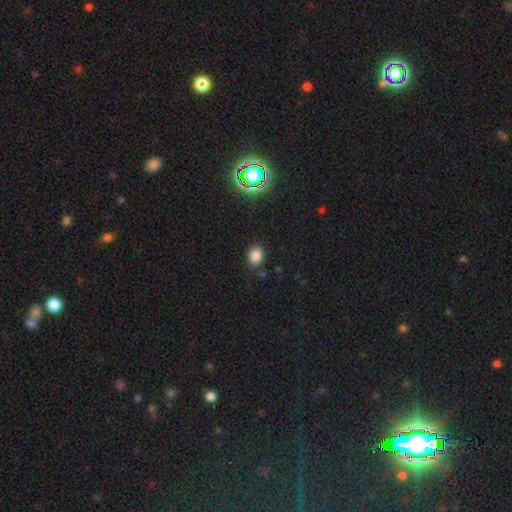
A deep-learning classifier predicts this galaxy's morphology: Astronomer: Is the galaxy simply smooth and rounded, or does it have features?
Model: smooth — 81%.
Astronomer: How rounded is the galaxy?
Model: in between — 53% (runner-up: round, 46%).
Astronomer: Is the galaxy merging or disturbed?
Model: none — 83%.